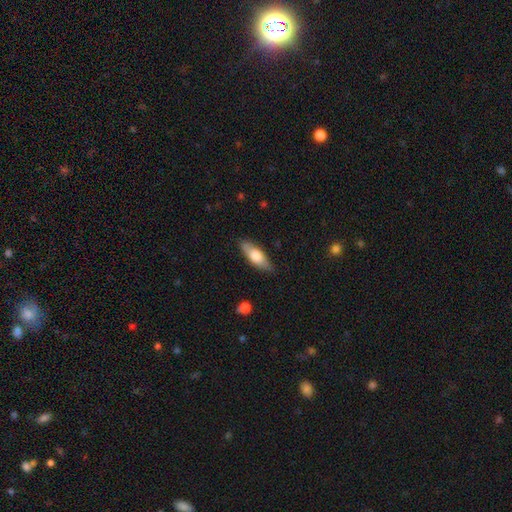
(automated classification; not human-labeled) smooth 65%, featured or disk 29%, star or artifact 6%. Down the decision tree: how rounded — in between (62%); merging — none (83%).